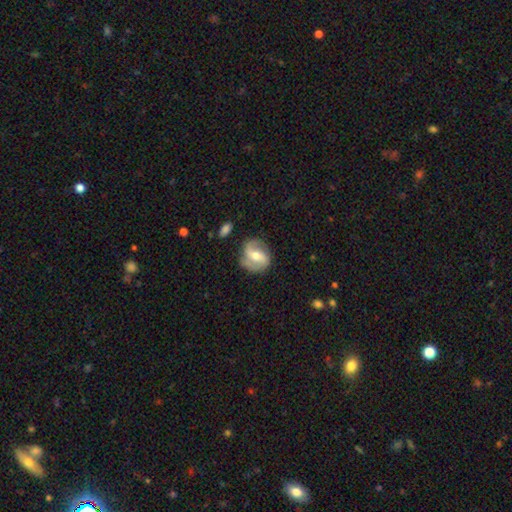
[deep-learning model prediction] Smooth or featured? featured or disk (75%)
Edge-on disk? no (96%)
Bar? weak (41%)
Spiral arms? yes (90%)
Spiral winding? medium (43%)
Spiral arm count? 2 (84%)
Bulge size? moderate (64%)
Merging? none (75%)